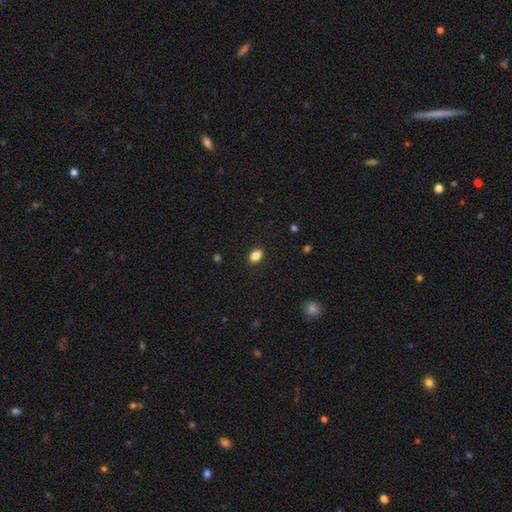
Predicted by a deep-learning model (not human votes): Overall: smooth (86%). How rounded: in between (85%). Merging: none (89%).